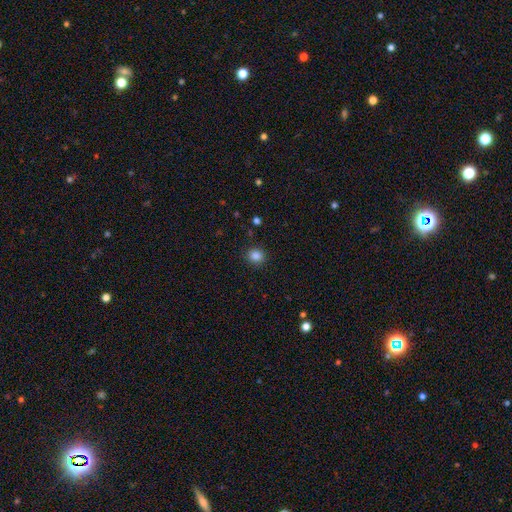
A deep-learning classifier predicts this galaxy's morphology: This is clearly a smooth galaxy (85%). How rounded: clearly round (82%). Merging: clearly none (90%).